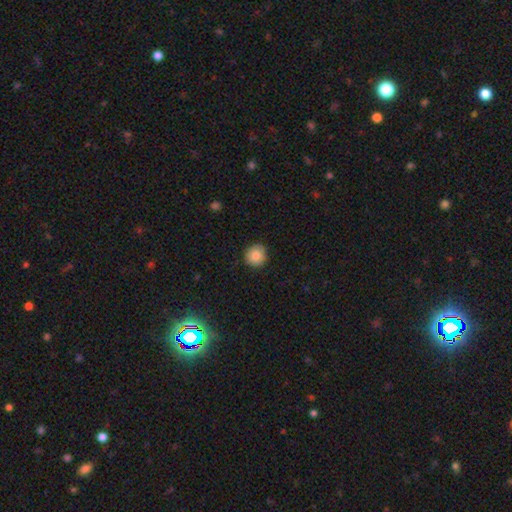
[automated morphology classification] Smooth or featured? Predicted: smooth (p=0.85). How rounded? Predicted: round (p=0.94). Merging? Predicted: none (p=0.87).